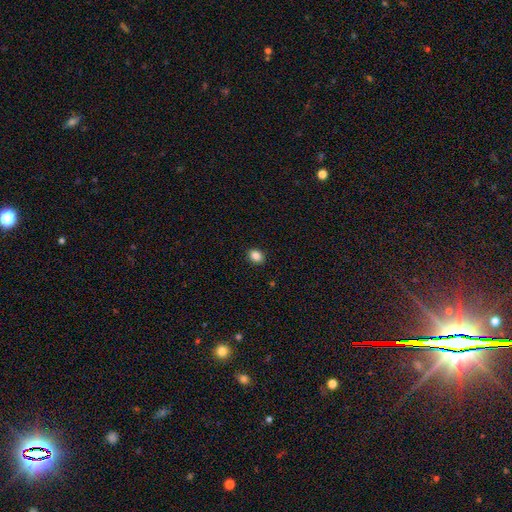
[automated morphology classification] smooth 87%, star or artifact 10%, featured or disk 3%. Down the decision tree: how rounded — in between (58%); merging — none (91%).